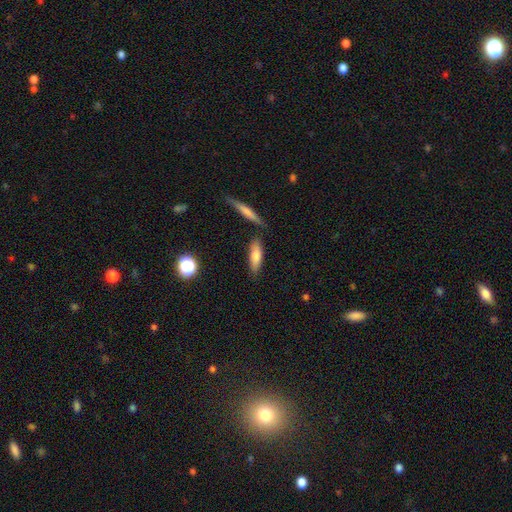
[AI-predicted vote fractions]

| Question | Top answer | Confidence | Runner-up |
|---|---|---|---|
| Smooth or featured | smooth | 73% | featured or disk (20%) |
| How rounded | cigar-shaped | 51% | in between (46%) |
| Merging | none | 75% | minor disturbance (13%) |